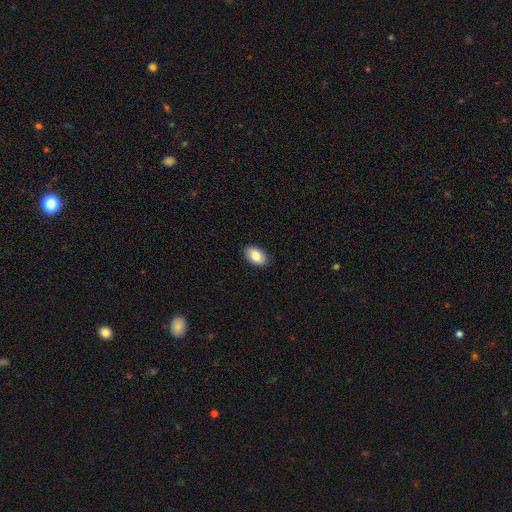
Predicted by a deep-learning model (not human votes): Smooth or featured: smooth — 84% (featured or disk — 9%)
How rounded: in between — 91% (round — 7%)
Merging: none — 88% (minor disturbance — 9%)